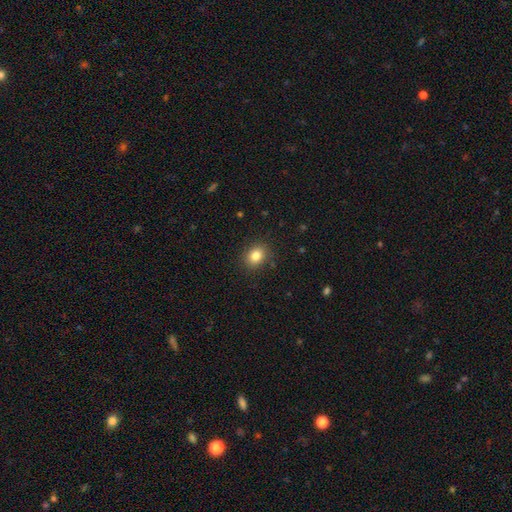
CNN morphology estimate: Smooth or featured? smooth (83%)
How rounded? in between (50%)
Merging? none (88%)